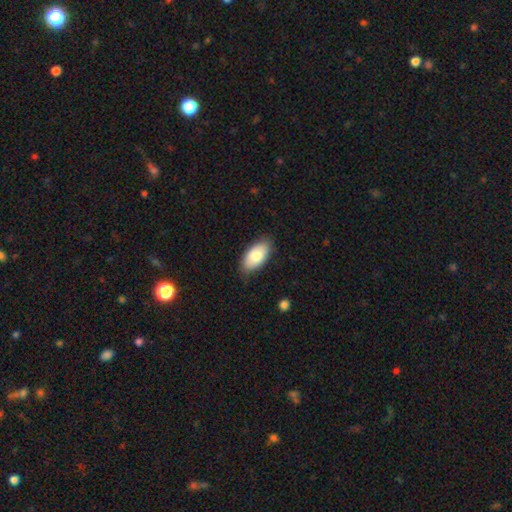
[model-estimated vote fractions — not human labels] This is clearly a smooth galaxy (82%). How rounded: clearly in between (95%). Merging: clearly none (82%).